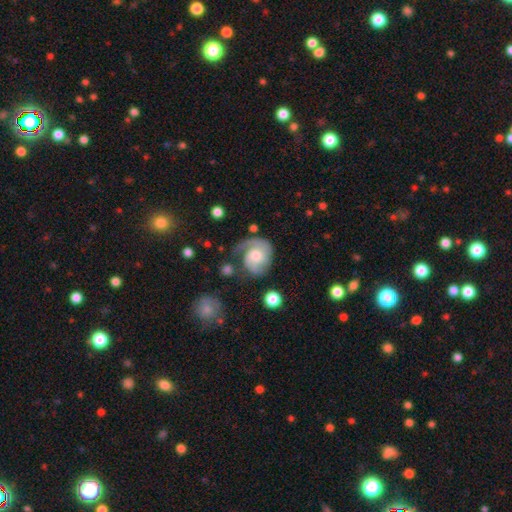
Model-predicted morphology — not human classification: Smooth or featured?
  - featured or disk: 72% *
  - smooth: 22%
  - star or artifact: 6%
Edge-on disk?
  - no: 98% *
  - yes: 2%
Bar?
  - no: 70% *
  - weak: 26%
  - strong: 4%
Spiral arms?
  - yes: 93% *
  - no: 7%
Spiral winding?
  - tight: 41% *
  - medium: 40%
  - loose: 19%
Spiral arm count?
  - 1: 47% *
  - 2: 39%
  - can't tell: 8%
  - 3: 3%
  - 4: 1%
  - more than 4: 1%
Bulge size?
  - moderate: 55% *
  - small: 27%
  - large: 12%
  - none: 4%
  - dominant: 2%
Merging?
  - none: 48% *
  - major disturbance: 24%
  - minor disturbance: 23%
  - merger: 5%